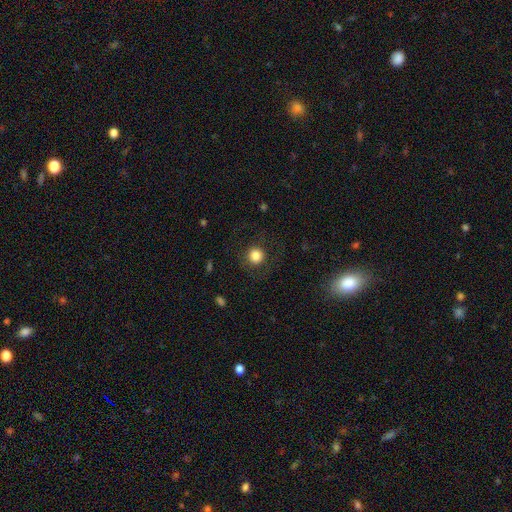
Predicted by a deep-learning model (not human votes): Smooth or featured?
  - smooth: 83% *
  - star or artifact: 11%
  - featured or disk: 6%
How rounded?
  - round: 93% *
  - in between: 6%
  - cigar-shaped: 1%
Merging?
  - none: 85% *
  - minor disturbance: 8%
  - major disturbance: 5%
  - merger: 1%